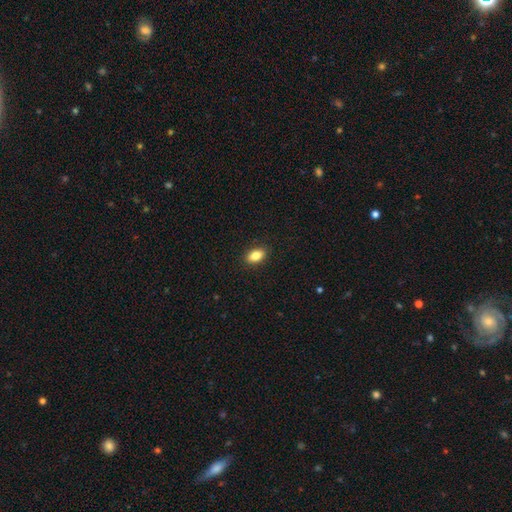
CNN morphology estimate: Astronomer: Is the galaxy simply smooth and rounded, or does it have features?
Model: smooth — 85%.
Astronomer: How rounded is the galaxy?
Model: in between — 88%.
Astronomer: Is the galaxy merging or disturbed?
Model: none — 90%.